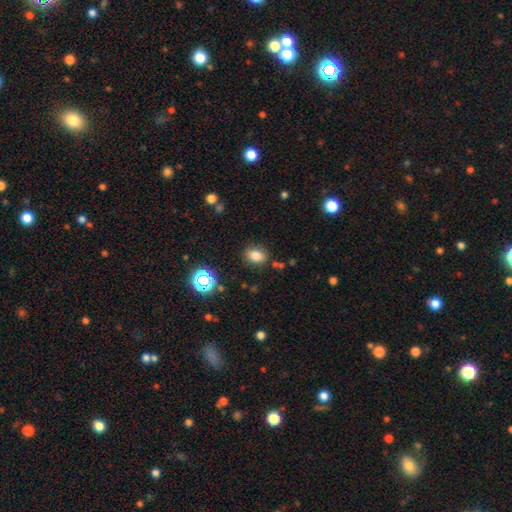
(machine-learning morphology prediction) This is likely a smooth galaxy (79%). How rounded: likely in between (63%). Merging: clearly none (83%).